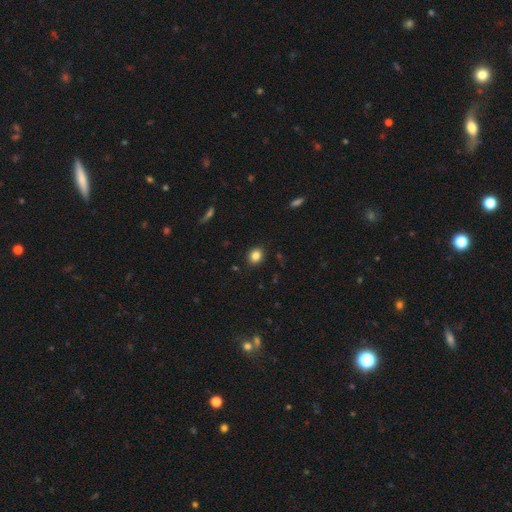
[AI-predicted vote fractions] Smooth or featured: smooth — 84% (star or artifact — 10%)
How rounded: round — 56% (in between — 42%)
Merging: none — 89% (minor disturbance — 7%)